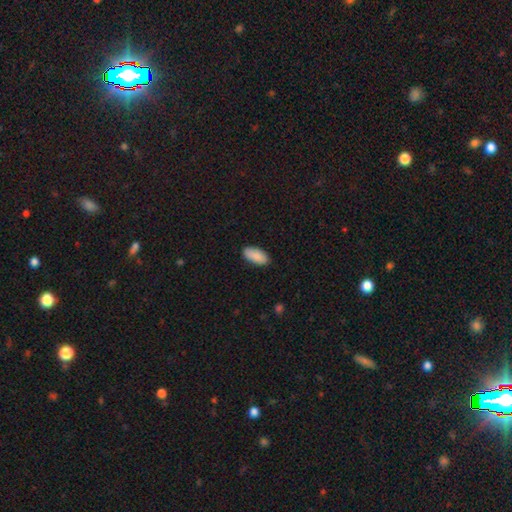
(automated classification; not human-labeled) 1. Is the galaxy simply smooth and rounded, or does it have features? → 90% smooth, 6% star or artifact, 4% featured or disk.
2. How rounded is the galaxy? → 90% in between, 8% cigar-shaped, 2% round.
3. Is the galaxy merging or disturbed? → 88% none, 9% minor disturbance, 2% major disturbance, 1% merger.